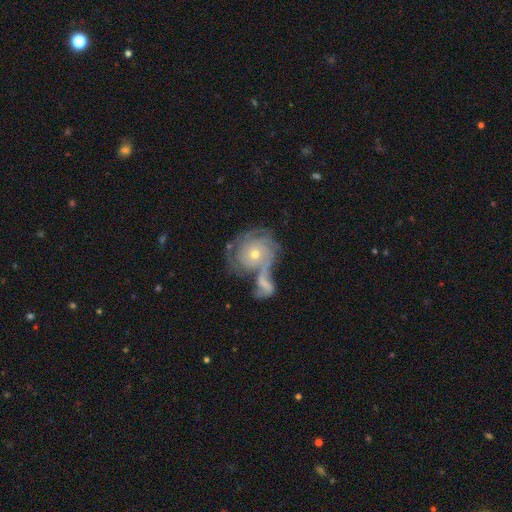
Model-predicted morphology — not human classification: smooth_or_featured: featured or disk (p=0.82) [alt: smooth p=0.10]
disk_edge_on: no (p=0.97) [alt: yes p=0.03]
bar: no (p=0.79) [alt: weak p=0.16]
has_spiral_arms: yes (p=0.93) [alt: no p=0.07]
spiral_winding: tight (p=0.74) [alt: medium p=0.20]
spiral_arm_count: can't tell (p=0.37) [alt: 3 p=0.22]
bulge_size: moderate (p=0.49) [alt: small p=0.47]
merging: merger (p=0.40) [alt: none p=0.37]